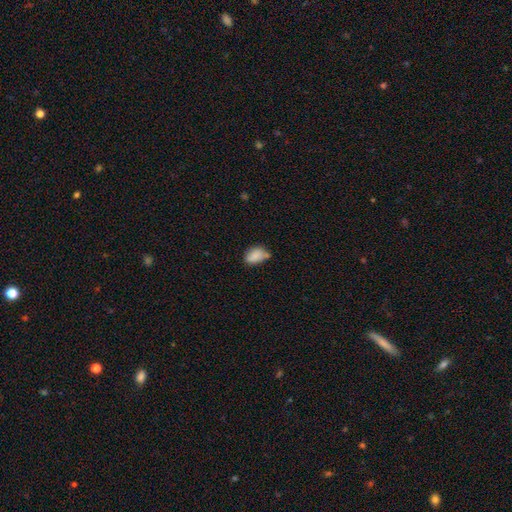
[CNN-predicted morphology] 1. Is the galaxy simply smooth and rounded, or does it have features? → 83% smooth, 9% star or artifact, 8% featured or disk.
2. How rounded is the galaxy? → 85% in between, 13% round, 2% cigar-shaped.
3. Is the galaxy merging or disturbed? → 48% none, 32% minor disturbance, 12% merger, 8% major disturbance.